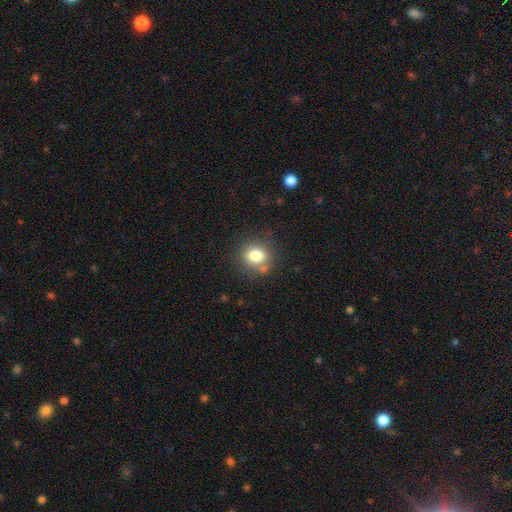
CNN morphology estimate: The model was most divided on "how rounded": round: 77%, in between: 22%, cigar-shaped: 1%. More confident: smooth or featured — smooth (79%); merging — none (74%).